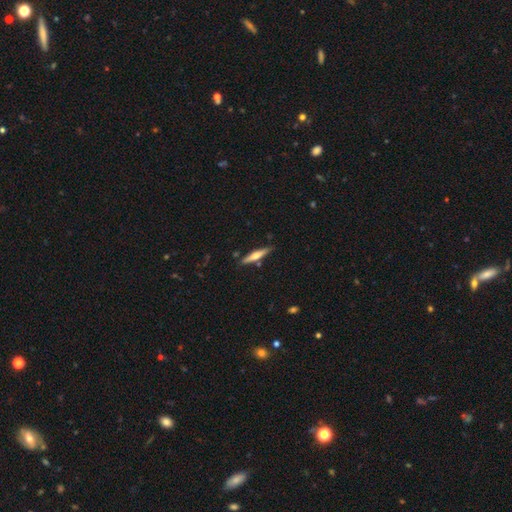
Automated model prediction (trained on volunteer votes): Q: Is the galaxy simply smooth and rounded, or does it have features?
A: featured or disk — 54%.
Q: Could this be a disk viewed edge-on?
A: yes — 96%.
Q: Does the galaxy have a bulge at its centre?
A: rounded — 85%.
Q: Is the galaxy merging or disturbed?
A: none — 84%.